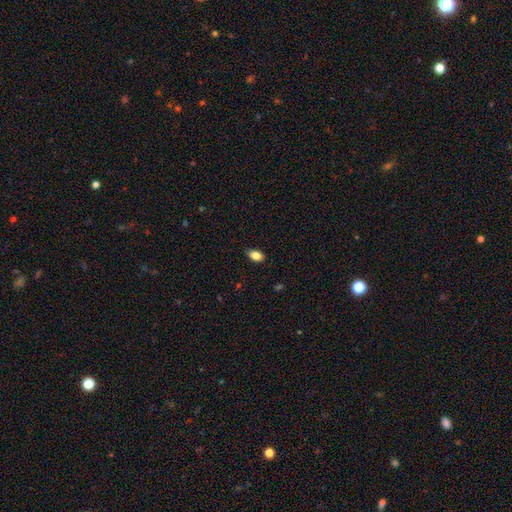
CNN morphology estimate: smooth 85%, star or artifact 8%, featured or disk 7%. Down the decision tree: how rounded — in between (88%); merging — none (84%).